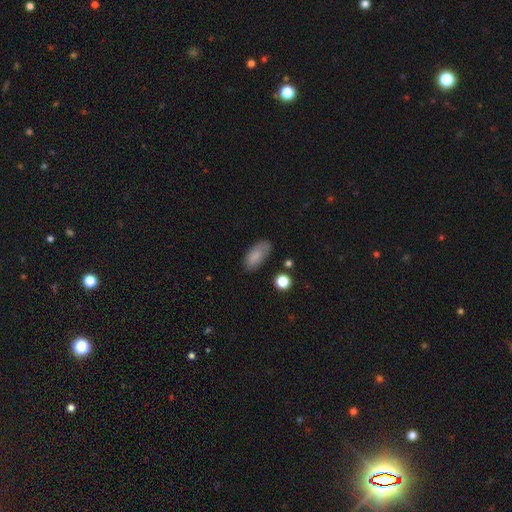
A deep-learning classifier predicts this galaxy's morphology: Smooth or featured? Predicted: smooth (p=0.83). How rounded? Predicted: in between (p=0.89). Merging? Predicted: none (p=0.73).